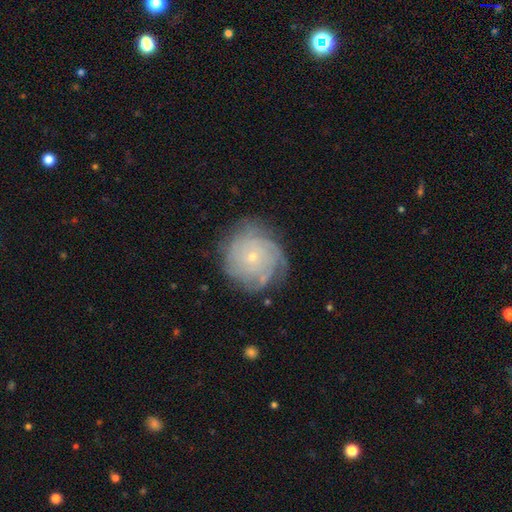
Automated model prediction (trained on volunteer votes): smooth_or_featured: featured or disk (p=0.67) [alt: smooth p=0.22]
disk_edge_on: no (p=0.97) [alt: yes p=0.03]
bar: no (p=0.85) [alt: weak p=0.12]
has_spiral_arms: yes (p=0.90) [alt: no p=0.10]
spiral_winding: tight (p=0.78) [alt: medium p=0.17]
spiral_arm_count: can't tell (p=0.46) [alt: 4 p=0.15]
bulge_size: small (p=0.81) [alt: moderate p=0.16]
merging: none (p=0.78) [alt: minor disturbance p=0.15]